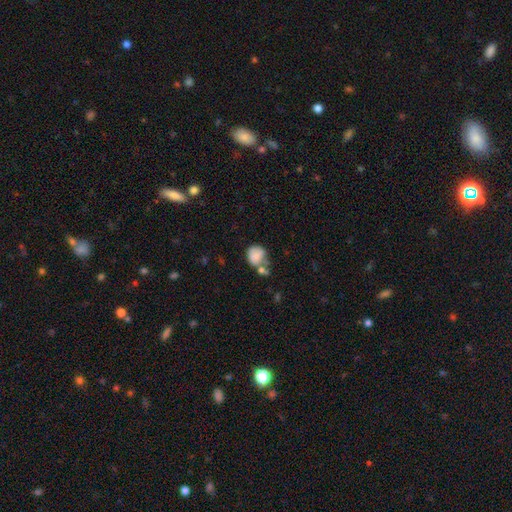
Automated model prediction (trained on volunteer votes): smooth_or_featured: smooth (p=0.78) [alt: featured or disk p=0.13]
how_rounded: round (p=0.57) [alt: in between p=0.42]
merging: none (p=0.34) [alt: merger p=0.31]